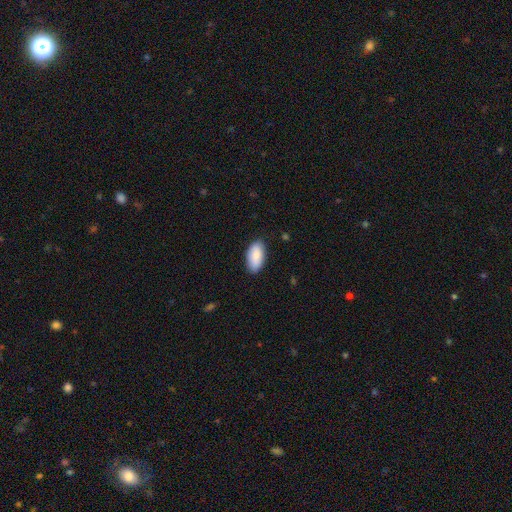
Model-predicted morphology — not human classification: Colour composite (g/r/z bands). It shows a smooth galaxy with no disk features (87%) that is in between round and cigar-shaped (94%). Merging: none (84%).